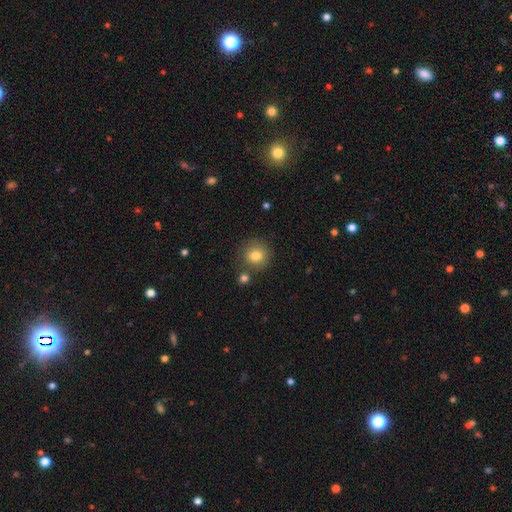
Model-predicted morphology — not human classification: A smooth galaxy with no disk features (81%) that is round (88%). Merging: none (76%).